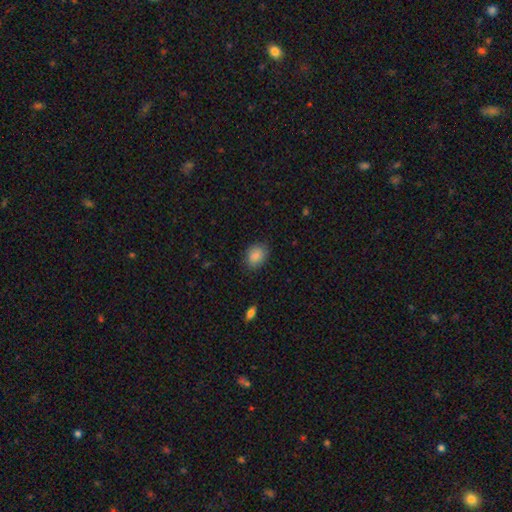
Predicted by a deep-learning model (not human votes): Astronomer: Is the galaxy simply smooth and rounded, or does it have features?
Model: smooth — 88%.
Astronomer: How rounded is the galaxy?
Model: in between — 57% (runner-up: round, 42%).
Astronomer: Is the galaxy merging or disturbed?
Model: none — 83%.